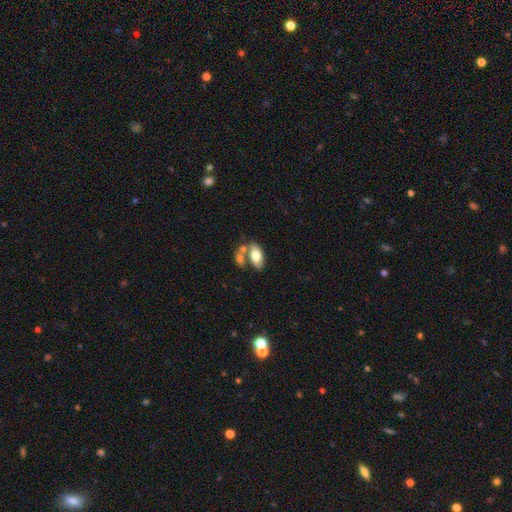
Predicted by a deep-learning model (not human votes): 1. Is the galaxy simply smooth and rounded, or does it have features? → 74% smooth, 20% featured or disk, 6% star or artifact.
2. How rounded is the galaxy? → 92% in between, 4% cigar-shaped, 4% round.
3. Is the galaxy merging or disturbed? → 41% none (tied), 41% merger (tied), 12% minor disturbance, 5% major disturbance.